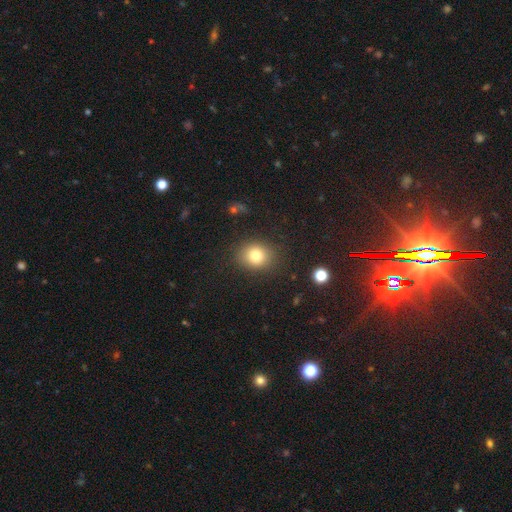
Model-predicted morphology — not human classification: Smooth or featured: smooth — 79% (star or artifact — 12%)
How rounded: round — 66% (in between — 33%)
Merging: none — 86% (minor disturbance — 9%)